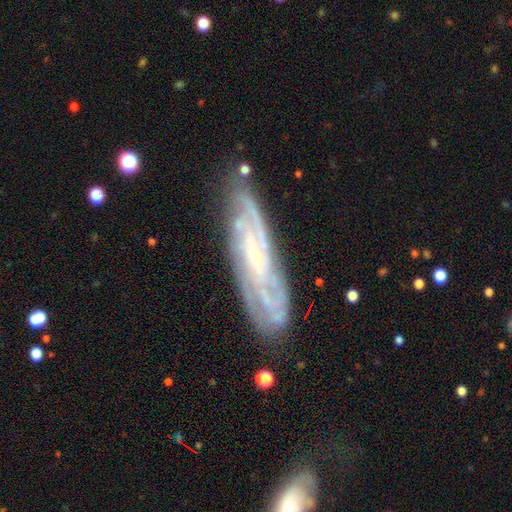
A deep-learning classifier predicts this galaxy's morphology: Smooth or featured?
  - featured or disk: 87% *
  - smooth: 7%
  - star or artifact: 6%
Edge-on disk?
  - no: 82% *
  - yes: 18%
Bar?
  - no: 52% *
  - weak: 32%
  - strong: 16%
Spiral arms?
  - yes: 97% *
  - no: 3%
Spiral winding?
  - tight: 69% *
  - medium: 26%
  - loose: 5%
Spiral arm count?
  - can't tell: 28% *
  - 4: 20%
  - 3: 20%
  - 2: 17%
  - more than 4: 9%
  - 1: 6%
Bulge size?
  - small: 78% *
  - moderate: 16%
  - none: 3%
  - large: 1%
  - dominant: 1%
Merging?
  - none: 81% *
  - minor disturbance: 14%
  - major disturbance: 3%
  - merger: 2%